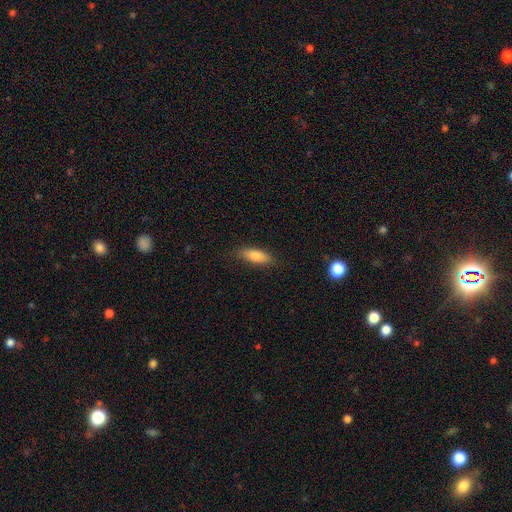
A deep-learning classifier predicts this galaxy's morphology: smooth_or_featured: smooth (p=0.82) [alt: featured or disk p=0.11]
how_rounded: in between (p=0.61) [alt: cigar-shaped p=0.37]
merging: none (p=0.83) [alt: minor disturbance p=0.13]